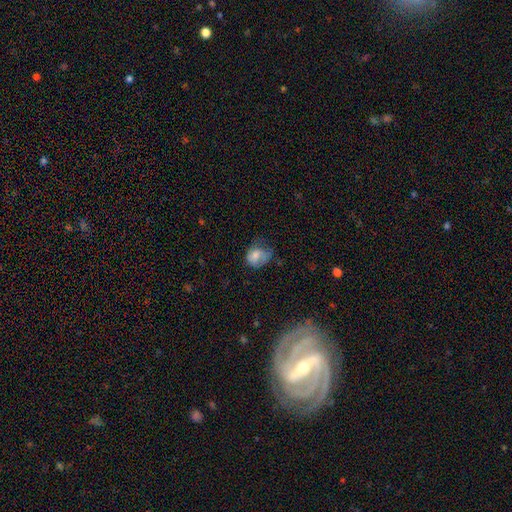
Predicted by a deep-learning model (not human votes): Smooth or featured: smooth — 63% (featured or disk — 28%)
How rounded: round — 55% (in between — 44%)
Merging: none — 42% (minor disturbance — 34%)